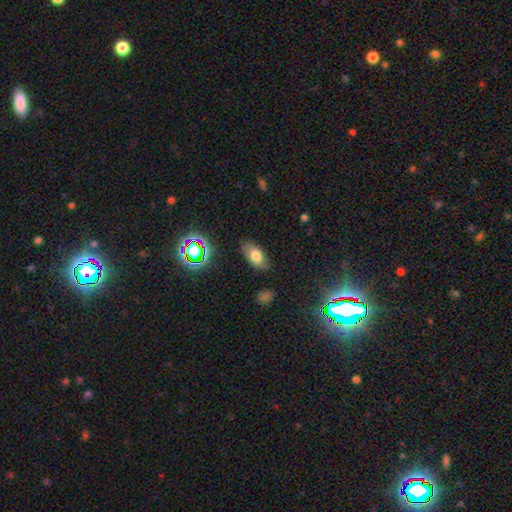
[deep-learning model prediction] Smooth or featured? smooth (73%)
How rounded? in between (90%)
Merging? none (81%)